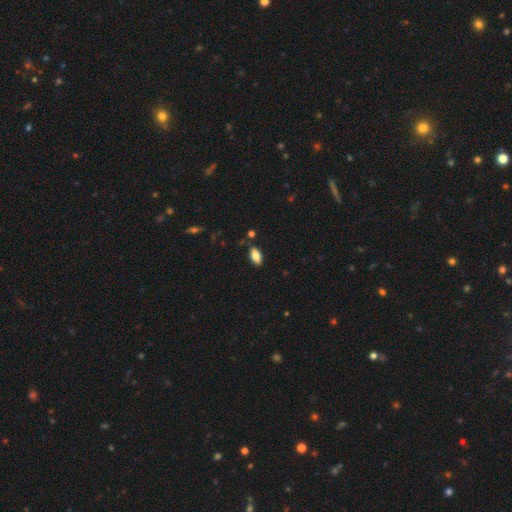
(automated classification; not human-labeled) Smooth or featured?
  - smooth: 82% *
  - featured or disk: 11%
  - star or artifact: 7%
How rounded?
  - in between: 91% *
  - cigar-shaped: 7%
  - round: 3%
Merging?
  - none: 84% *
  - minor disturbance: 11%
  - merger: 3%
  - major disturbance: 2%